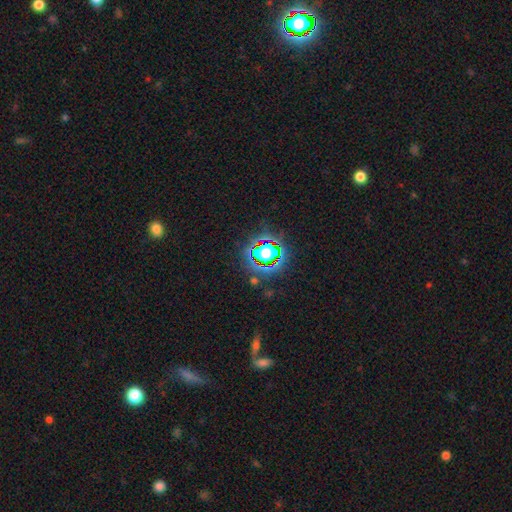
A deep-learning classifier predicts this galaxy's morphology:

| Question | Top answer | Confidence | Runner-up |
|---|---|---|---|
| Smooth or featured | star or artifact | 78% | smooth (14%) |